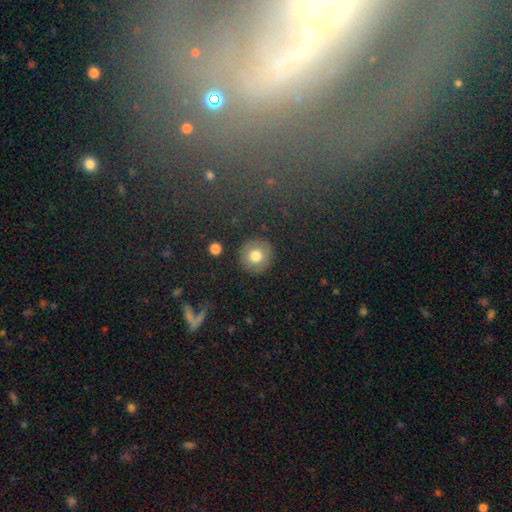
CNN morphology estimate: Q: Smooth or featured?
A: smooth (77%); runner-up: featured or disk (14%)
Q: How rounded?
A: round (93%); runner-up: in between (6%)
Q: Merging?
A: none (90%); runner-up: minor disturbance (6%)